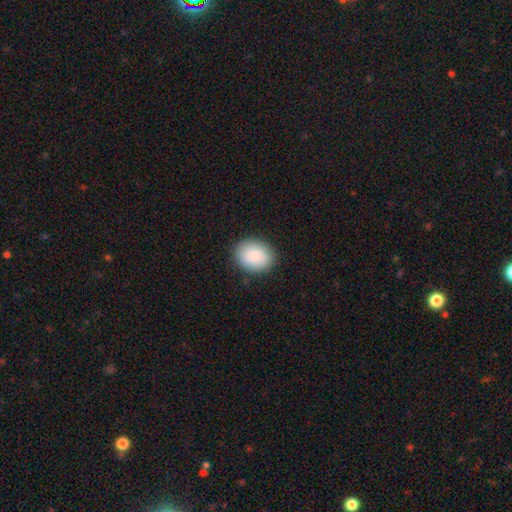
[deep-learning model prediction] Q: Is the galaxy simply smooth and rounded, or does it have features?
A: smooth — 89%.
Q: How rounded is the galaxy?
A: in between — 59%.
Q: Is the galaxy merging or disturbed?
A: none — 87%.